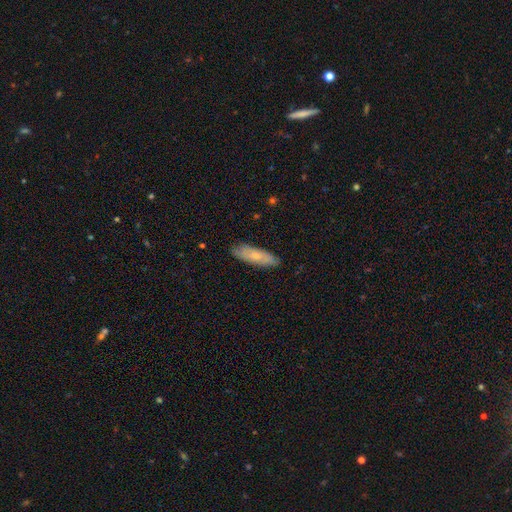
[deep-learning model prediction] smooth_or_featured: smooth (p=0.61) [alt: featured or disk p=0.33]
how_rounded: cigar-shaped (p=0.51) [alt: in between p=0.47]
merging: none (p=0.84) [alt: minor disturbance p=0.12]